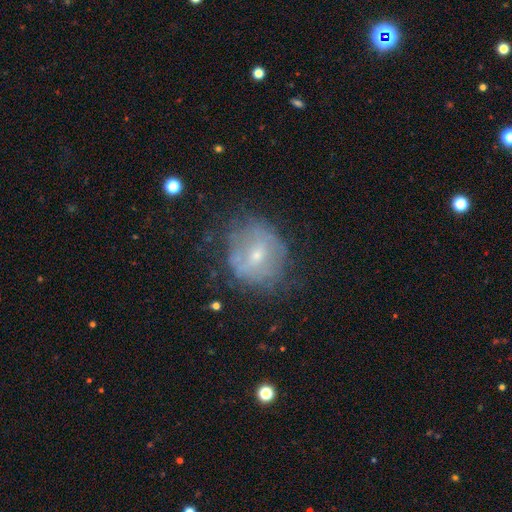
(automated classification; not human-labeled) Smooth or featured? Predicted: featured or disk (p=0.52). Edge-on disk? Predicted: no (p=0.95). Merging? Predicted: none (p=0.62).